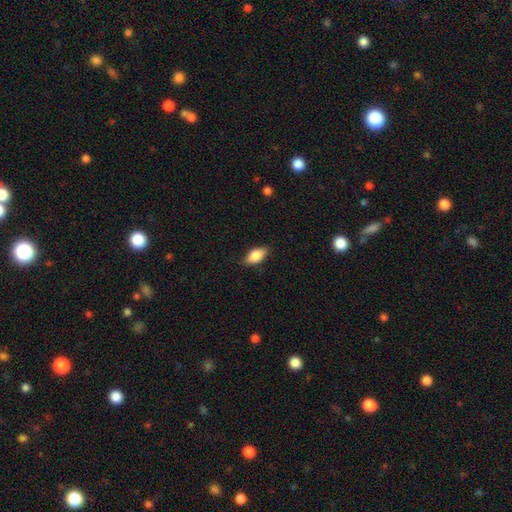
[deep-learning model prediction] Smooth or featured? Predicted: smooth (p=0.83). How rounded? Predicted: in between (p=0.90). Merging? Predicted: none (p=0.84).